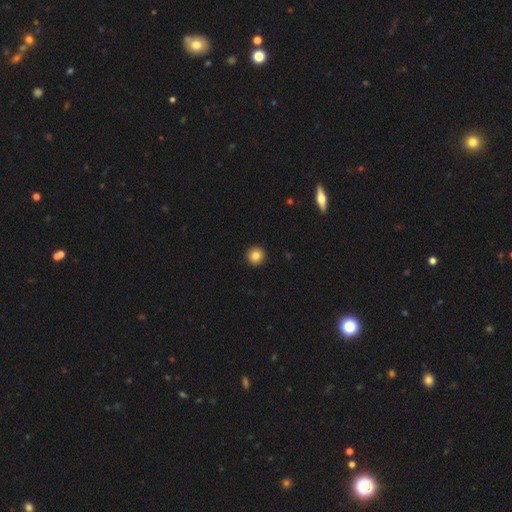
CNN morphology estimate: This appears to be a smooth galaxy with no disk features (85%) that is round (96%). Merging: none (94%).